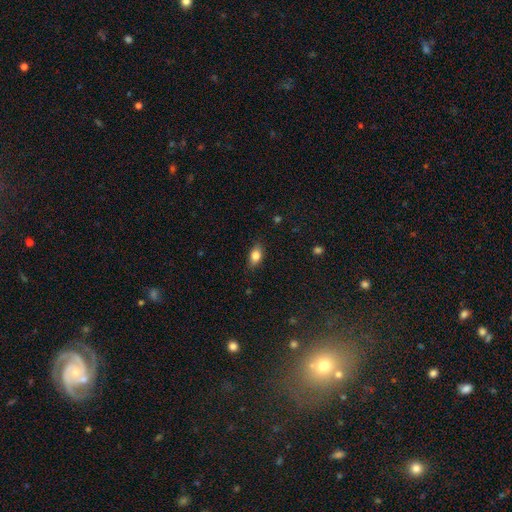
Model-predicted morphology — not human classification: This appears to be a smooth galaxy with no disk features (81%) that is in between round and cigar-shaped (84%). Merging: none (83%).